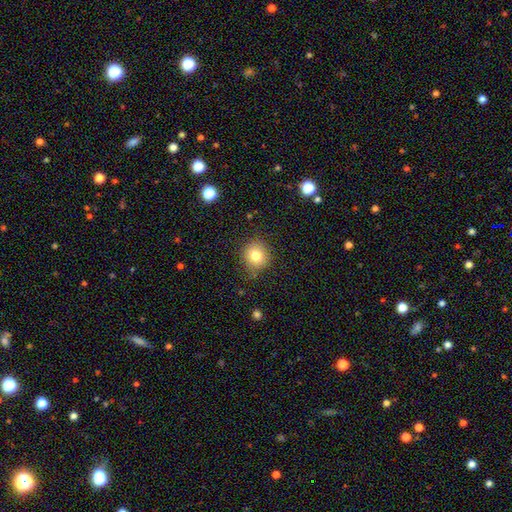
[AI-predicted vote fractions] Smooth or featured? smooth (79%)
How rounded? round (90%)
Merging? none (85%)